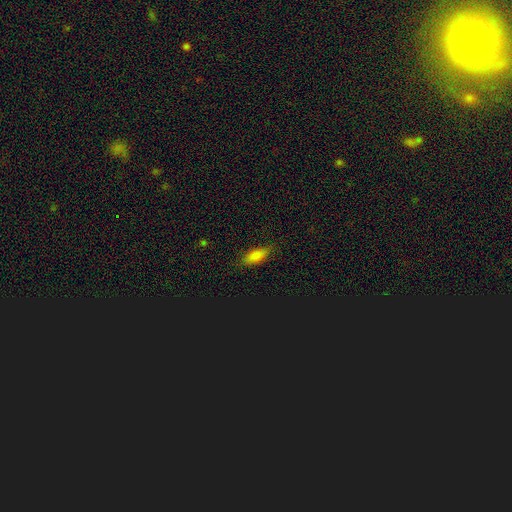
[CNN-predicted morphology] smooth-or-featured: smooth: 78% | star or artifact: 12% | featured or disk: 10%
  how-rounded: in between: 77% | cigar-shaped: 20% | round: 3%
  merging: none: 80% | minor disturbance: 16% | major disturbance: 3% | merger: 1%